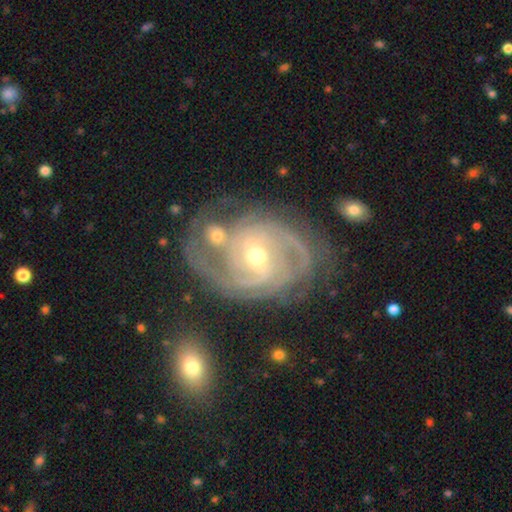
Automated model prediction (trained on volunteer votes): featured or disk 91%, star or artifact 6%, smooth 4%. Down the decision tree: edge-on disk — no (97%); bar — weak (44%); spiral arms — yes (98%); spiral arm count — 2 (32%); spiral winding — tight (56%); bulge size — small (55%); merging — none (63%).